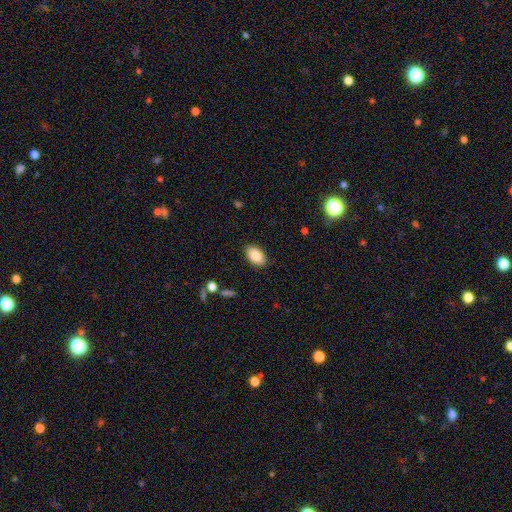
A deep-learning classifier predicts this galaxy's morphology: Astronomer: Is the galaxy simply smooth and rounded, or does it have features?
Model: smooth — 87%.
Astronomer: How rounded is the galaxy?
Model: in between — 93%.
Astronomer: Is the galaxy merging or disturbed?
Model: none — 87%.